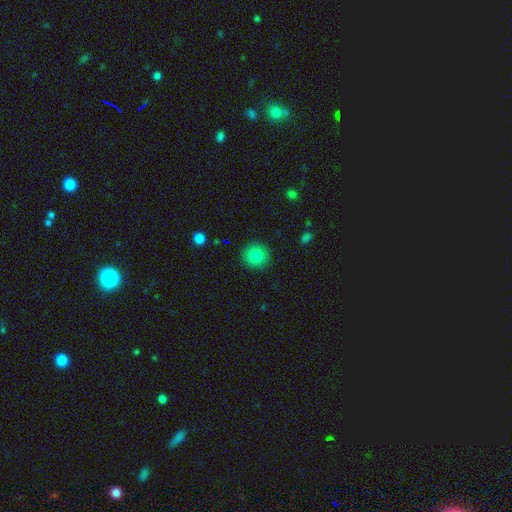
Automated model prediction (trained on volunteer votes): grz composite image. It shows a smooth galaxy with no disk features (85%) that is round (93%). Merging: none (91%).